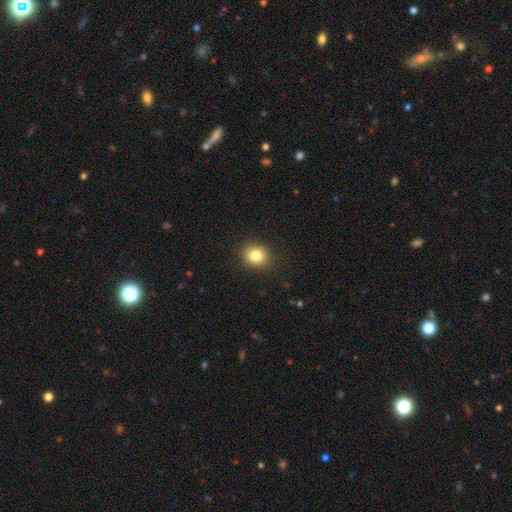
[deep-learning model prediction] Smooth or featured: smooth — 83% (star or artifact — 11%)
How rounded: round — 75% (in between — 24%)
Merging: none — 89% (minor disturbance — 8%)